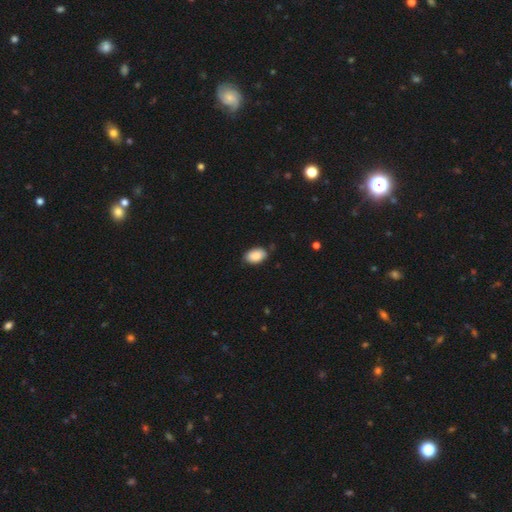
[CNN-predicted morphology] Smooth or featured? Predicted: smooth (p=0.88). How rounded? Predicted: in between (p=0.91). Merging? Predicted: none (p=0.81).